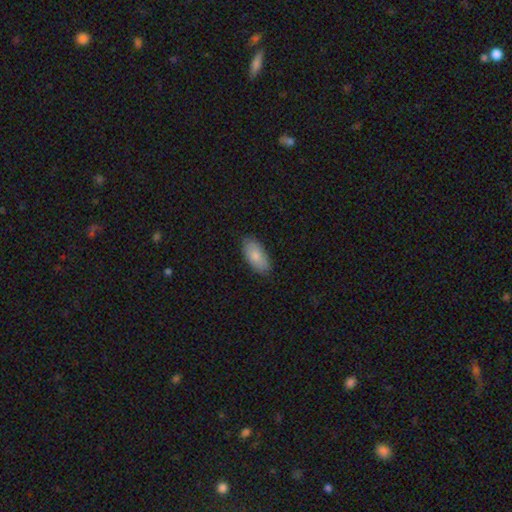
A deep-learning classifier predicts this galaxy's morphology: A smooth galaxy with no disk features (84%) that is in between round and cigar-shaped (92%). Merging: none (84%).